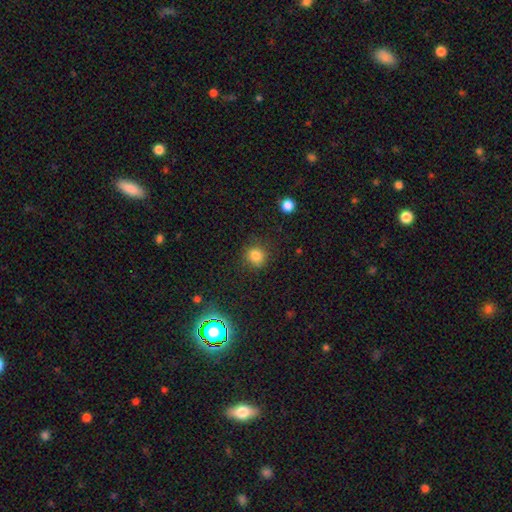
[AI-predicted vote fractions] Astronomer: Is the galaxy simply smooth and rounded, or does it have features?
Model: smooth — 80%.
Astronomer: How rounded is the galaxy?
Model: round — 87%.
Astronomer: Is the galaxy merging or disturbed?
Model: none — 84%.